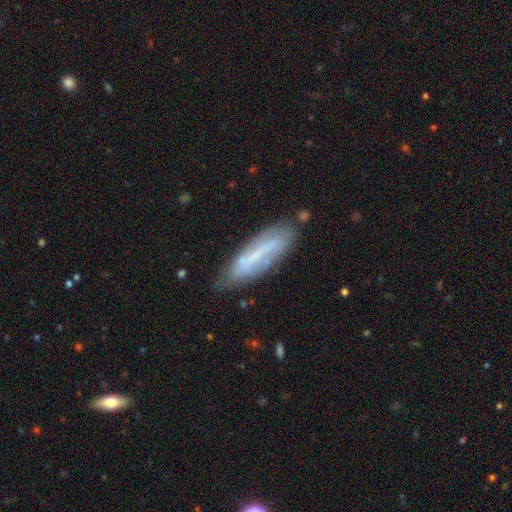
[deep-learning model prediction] Overall: featured or disk (52%; smooth 40%). Edge-on disk: no (65%; yes 35%). Merging: none (69%).